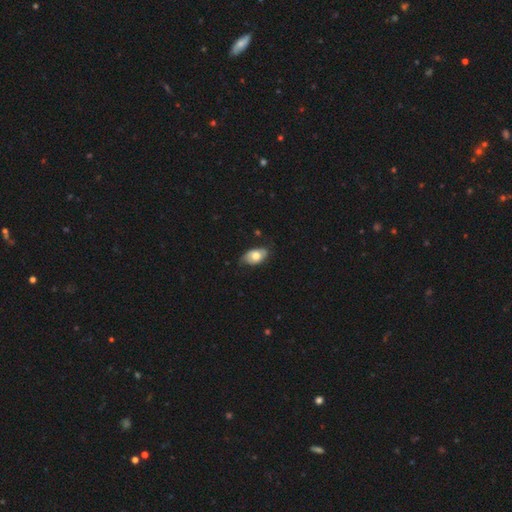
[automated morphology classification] This appears to be a smooth galaxy with no disk features (67%) that is in between round and cigar-shaped (91%). Merging: none (66%).